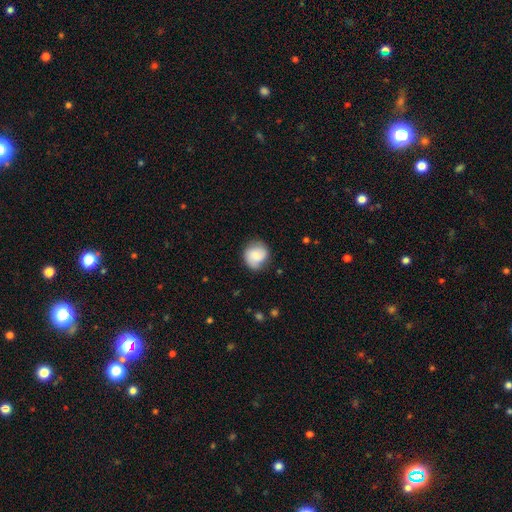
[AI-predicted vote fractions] Smooth or featured: smooth — 73% (featured or disk — 19%)
How rounded: round — 82% (in between — 17%)
Merging: none — 73% (minor disturbance — 20%)